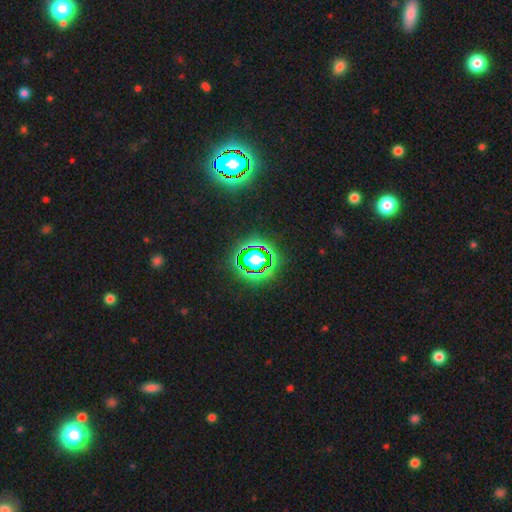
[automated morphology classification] Smooth or featured?
  - star or artifact: 81% *
  - smooth: 12%
  - featured or disk: 6%